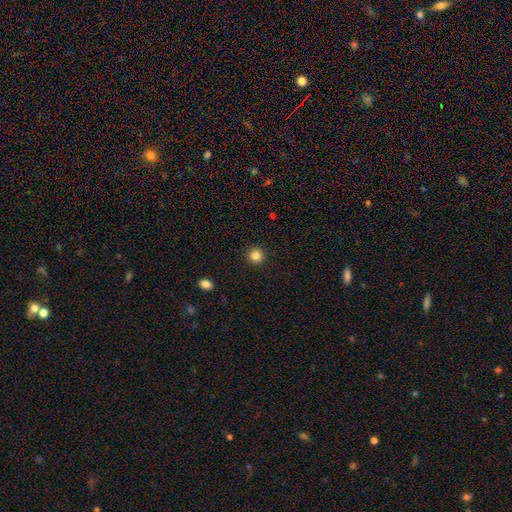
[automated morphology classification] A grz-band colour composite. It shows a smooth galaxy with no disk features (84%) that is round (95%). Merging: none (93%).